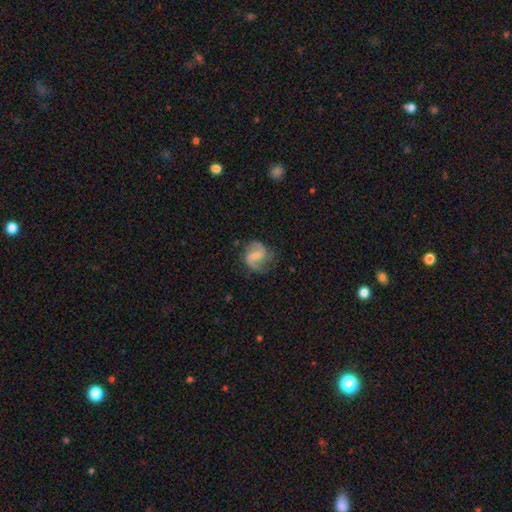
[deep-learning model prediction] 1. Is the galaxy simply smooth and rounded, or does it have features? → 83% featured or disk, 11% smooth, 6% star or artifact.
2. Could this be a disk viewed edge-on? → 98% no, 2% yes.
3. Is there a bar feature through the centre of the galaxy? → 52% weak, 26% strong, 22% no.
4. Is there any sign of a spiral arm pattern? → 96% yes, 4% no.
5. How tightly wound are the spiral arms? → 47% medium, 40% loose, 12% tight.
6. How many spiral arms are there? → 91% 2, 3% can't tell, 2% 1, 2% 3, 1% 4, 1% more than 4.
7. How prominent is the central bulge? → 44% small, 30% none, 23% moderate, 3% large, 1% dominant.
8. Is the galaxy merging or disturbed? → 74% none, 17% minor disturbance, 7% major disturbance, 1% merger.